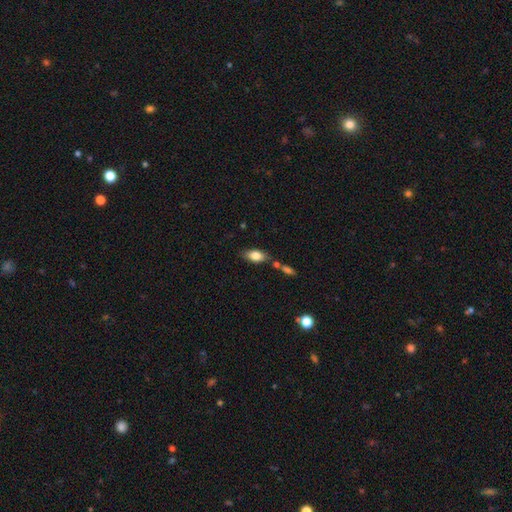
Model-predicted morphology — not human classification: smooth 78%, featured or disk 15%, star or artifact 7%. Down the decision tree: how rounded — in between (87%); merging — none (67%).